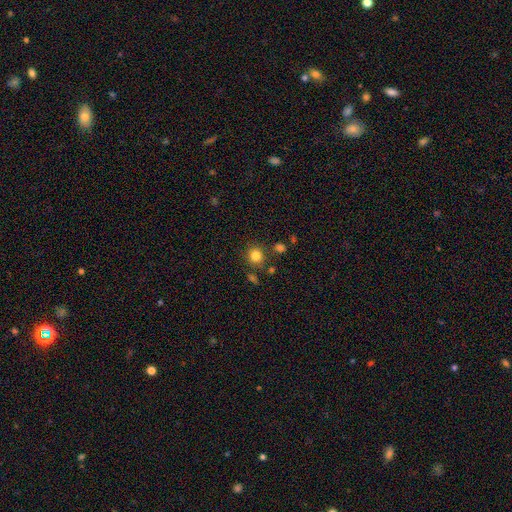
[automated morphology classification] Q: Smooth or featured?
A: smooth (82%); runner-up: star or artifact (12%)
Q: How rounded?
A: round (88%); runner-up: in between (11%)
Q: Merging?
A: none (81%); runner-up: minor disturbance (10%)